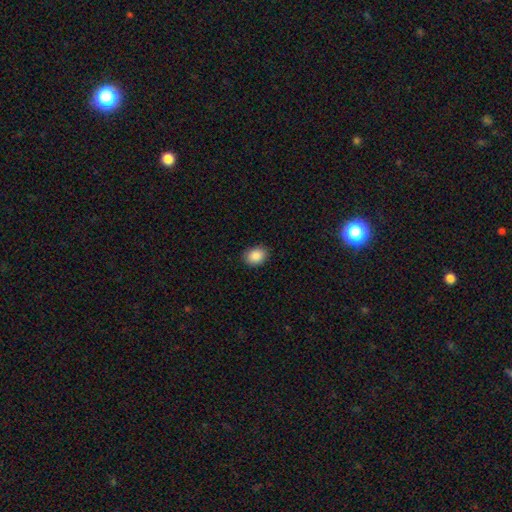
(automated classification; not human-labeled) smooth 88%, star or artifact 8%, featured or disk 4%. Down the decision tree: how rounded — in between (61%); merging — none (88%).